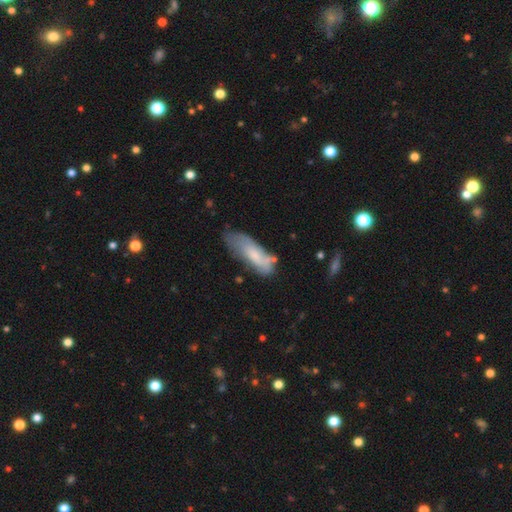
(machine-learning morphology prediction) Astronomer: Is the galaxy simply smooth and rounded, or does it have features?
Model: smooth — 66%.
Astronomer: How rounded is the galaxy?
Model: in between — 58% (runner-up: cigar-shaped, 40%).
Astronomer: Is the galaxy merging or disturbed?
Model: none — 45% (runner-up: minor disturbance, 34%).